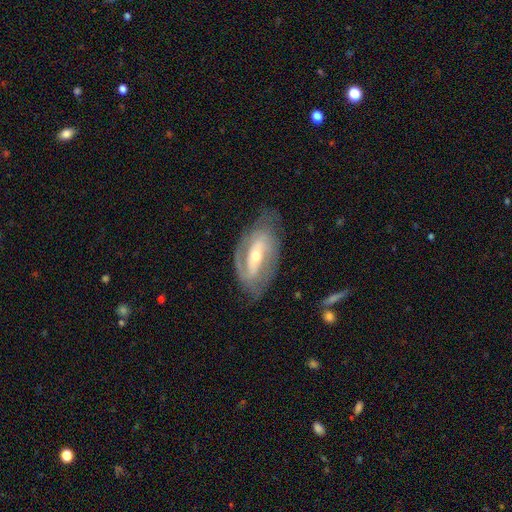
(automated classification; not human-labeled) smooth-or-featured: featured or disk: 81% | smooth: 13% | star or artifact: 5%
  disk-edge-on: no: 93% | yes: 7%
    bar: strong: 42% | weak: 34% | no: 24%
    has-spiral-arms: yes: 86% | no: 14%
      spiral-winding: tight: 44% | medium: 40% | loose: 16%
      spiral-arm-count: 2: 67% | can't tell: 17% | 1: 9% | 3: 4% | 4: 1% | more than 4: 1%
    bulge-size: moderate: 50% | small: 45% | large: 3% | none: 1% | dominant: 1%
  merging: none: 67% | minor disturbance: 20% | major disturbance: 11% | merger: 2%